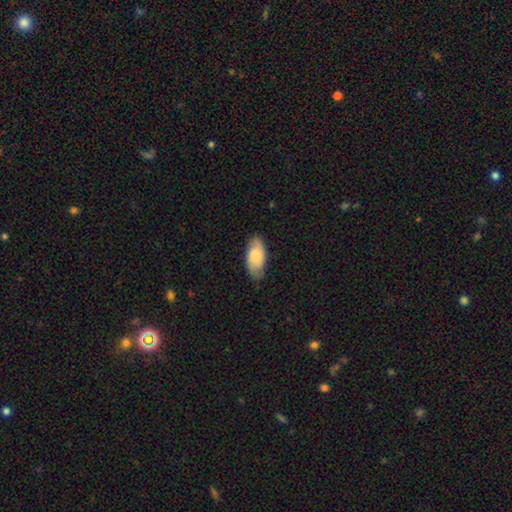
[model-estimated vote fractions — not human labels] Overall: smooth (57%; featured or disk 37%). How rounded: in between (92%). Merging: none (76%).